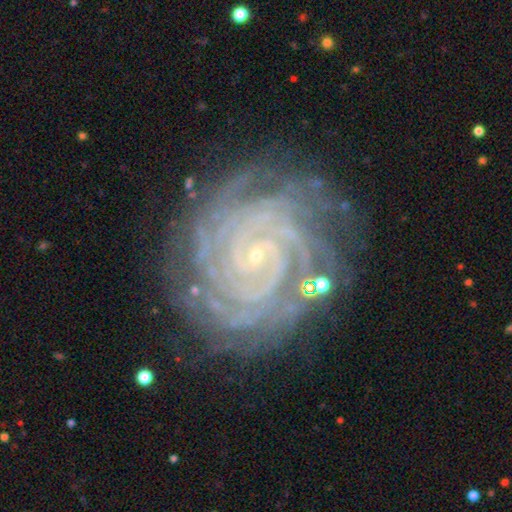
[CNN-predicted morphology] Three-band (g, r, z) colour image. It shows a featured or disk galaxy (90%) with no bar (67%), 4 (25%) tight (87%) spiral arms (98%) and a small central bulge (90%). Merging: none (79%).